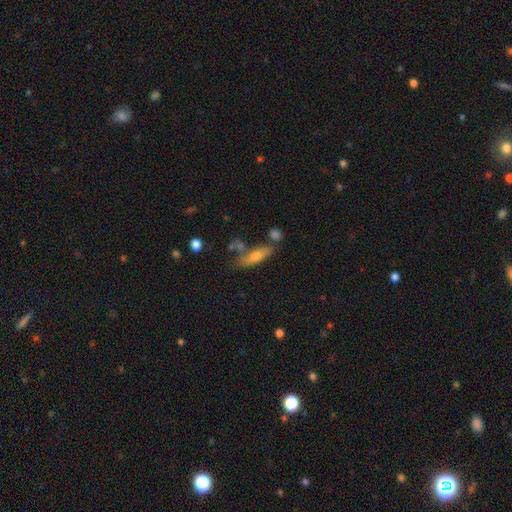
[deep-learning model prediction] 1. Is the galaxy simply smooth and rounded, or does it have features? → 60% smooth, 31% featured or disk, 9% star or artifact.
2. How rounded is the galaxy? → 62% cigar-shaped, 35% in between, 3% round.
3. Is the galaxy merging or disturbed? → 61% none, 18% minor disturbance, 15% merger, 6% major disturbance.